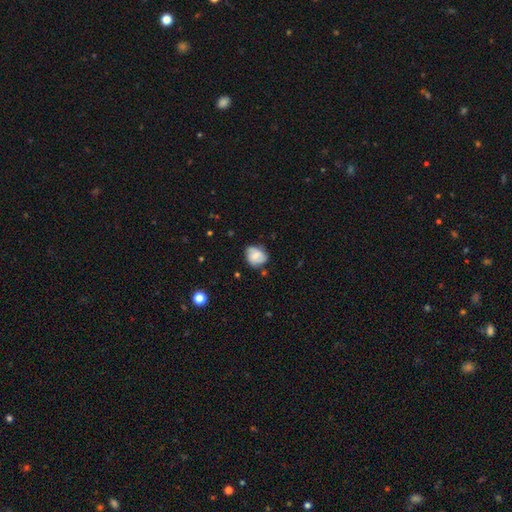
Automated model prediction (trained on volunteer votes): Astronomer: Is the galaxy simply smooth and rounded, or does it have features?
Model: smooth — 57% (runner-up: featured or disk, 35%).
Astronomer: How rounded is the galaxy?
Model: round — 56% (runner-up: in between, 42%).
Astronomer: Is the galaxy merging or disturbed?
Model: none — 61%.